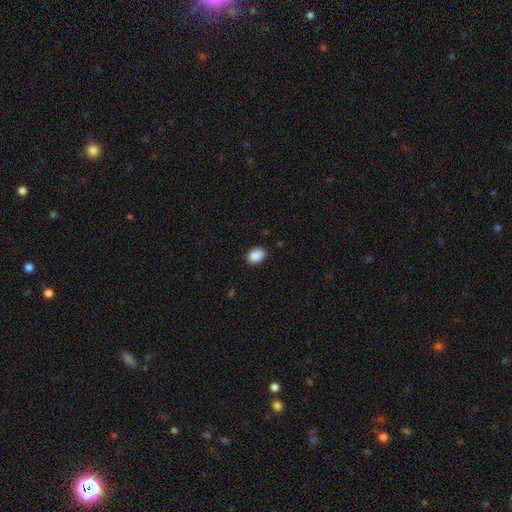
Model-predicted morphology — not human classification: Smooth or featured? Predicted: smooth (p=0.90). How rounded? Predicted: in between (p=0.73). Merging? Predicted: none (p=0.87).